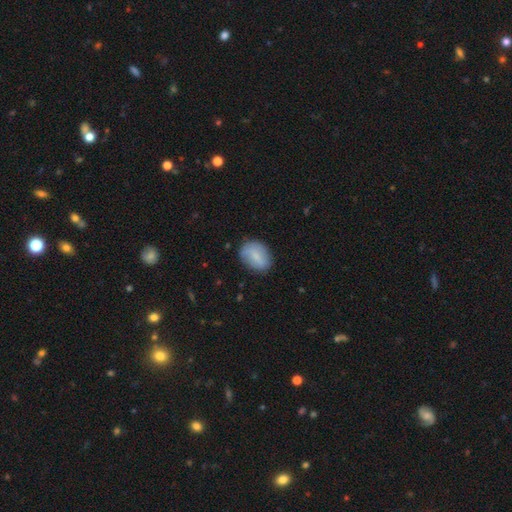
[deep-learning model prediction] Smooth or featured? Predicted: smooth (p=0.70). How rounded? Predicted: in between (p=0.77). Merging? Predicted: none (p=0.76).